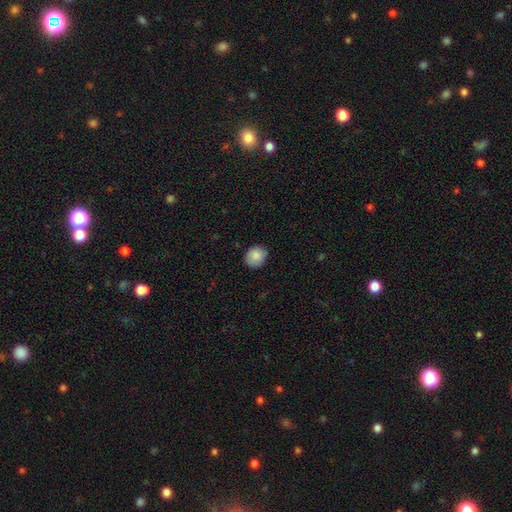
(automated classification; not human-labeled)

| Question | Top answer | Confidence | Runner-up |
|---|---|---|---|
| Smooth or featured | smooth | 88% | star or artifact (8%) |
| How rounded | round | 74% | in between (25%) |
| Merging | none | 82% | minor disturbance (14%) |